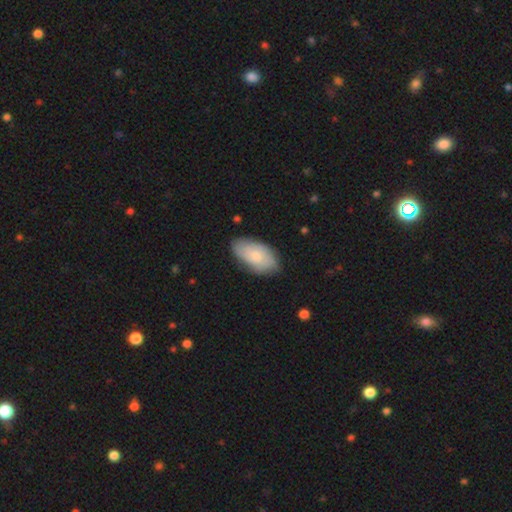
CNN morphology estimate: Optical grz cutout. It shows a smooth galaxy with no disk features (62%) that is in between round and cigar-shaped (94%). Merging: none (78%).